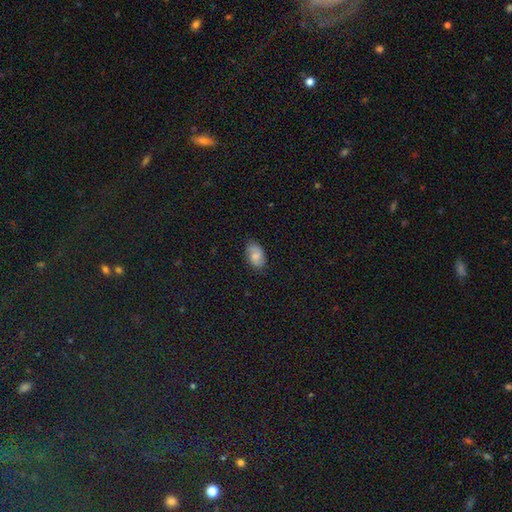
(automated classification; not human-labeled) Smooth or featured: smooth — 65% (featured or disk — 27%)
How rounded: in between — 90% (round — 9%)
Merging: none — 76% (minor disturbance — 19%)